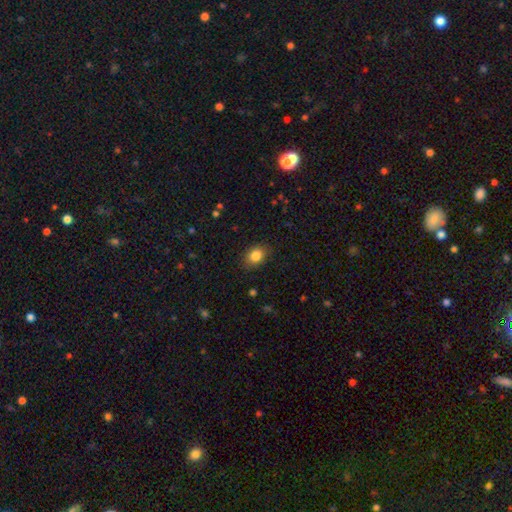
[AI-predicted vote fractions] The model was most divided on "how rounded": in between: 62%, round: 37%, cigar-shaped: 1%. More confident: merging — none (85%); smooth or featured — smooth (85%).